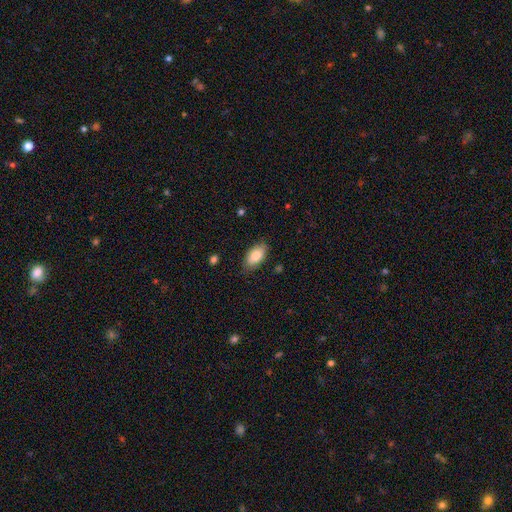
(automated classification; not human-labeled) Smooth or featured: smooth — 82% (featured or disk — 11%)
How rounded: in between — 93% (cigar-shaped — 4%)
Merging: none — 81% (minor disturbance — 15%)